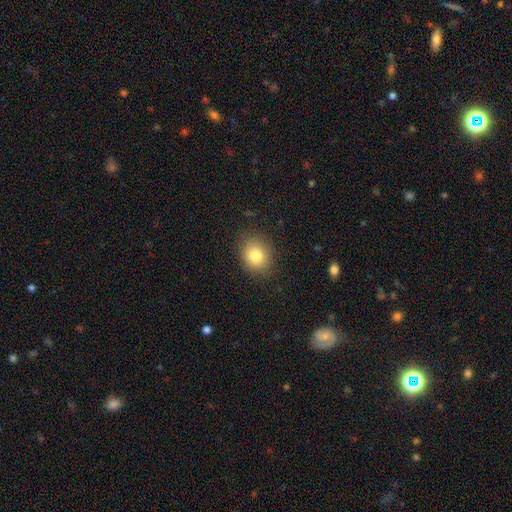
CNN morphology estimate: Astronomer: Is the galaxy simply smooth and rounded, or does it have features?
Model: smooth — 80%.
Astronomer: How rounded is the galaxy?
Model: round — 63%.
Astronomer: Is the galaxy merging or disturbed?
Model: none — 86%.